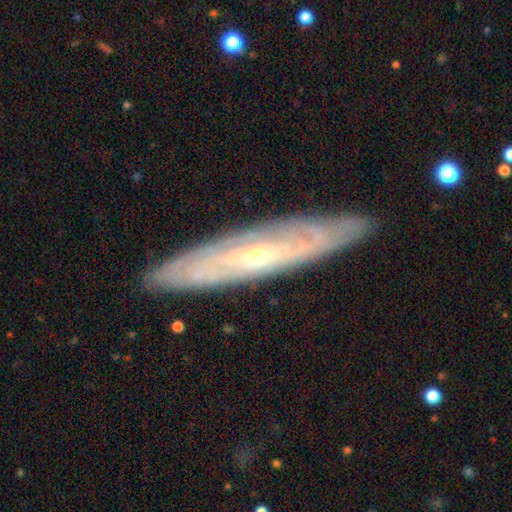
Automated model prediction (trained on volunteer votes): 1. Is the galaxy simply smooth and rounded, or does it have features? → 79% featured or disk, 14% smooth, 7% star or artifact.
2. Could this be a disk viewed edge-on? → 57% no, 43% yes.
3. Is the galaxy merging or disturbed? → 87% none, 10% minor disturbance, 2% major disturbance, 1% merger.